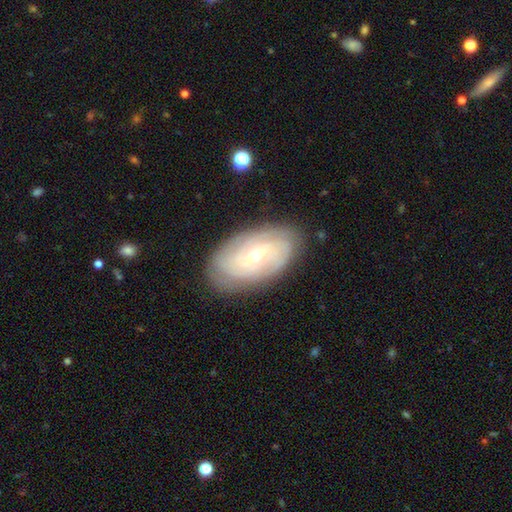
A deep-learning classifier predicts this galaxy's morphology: The model was most divided on "bar": no: 59%, weak: 32%, strong: 8%. Remaining: edge-on disk — no (94%); spiral arms — yes (89%); merging — none (82%); smooth or featured — featured or disk (76%); spiral winding — tight (74%); bulge size — small (69%); spiral arm count — can't tell (47%).